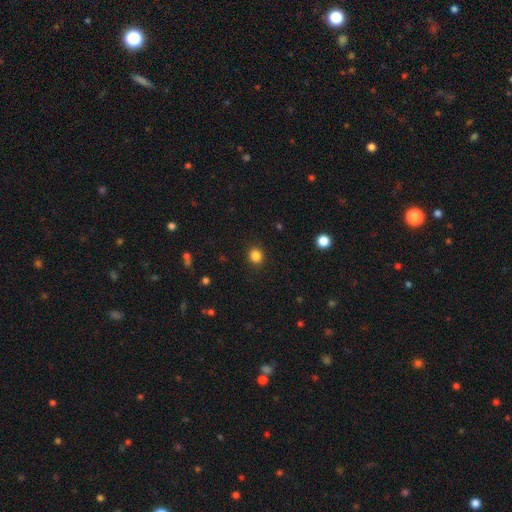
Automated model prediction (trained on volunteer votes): smooth 84%, star or artifact 12%, featured or disk 4%. Down the decision tree: how rounded — round (85%); merging — none (91%).